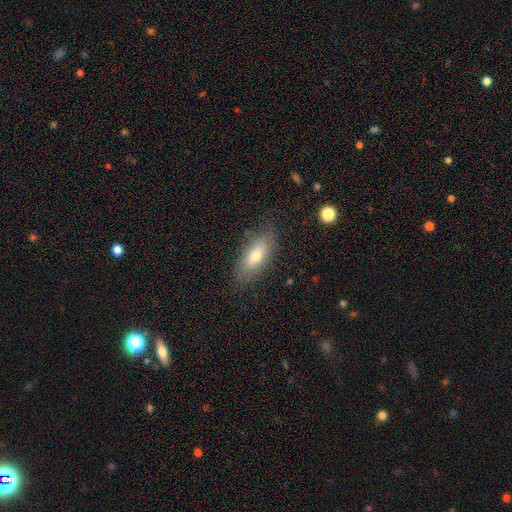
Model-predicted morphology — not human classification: The model was most divided on "smooth or featured": smooth: 67%, featured or disk: 25%, star or artifact: 8%. More confident: merging — none (79%); how rounded — in between (77%).